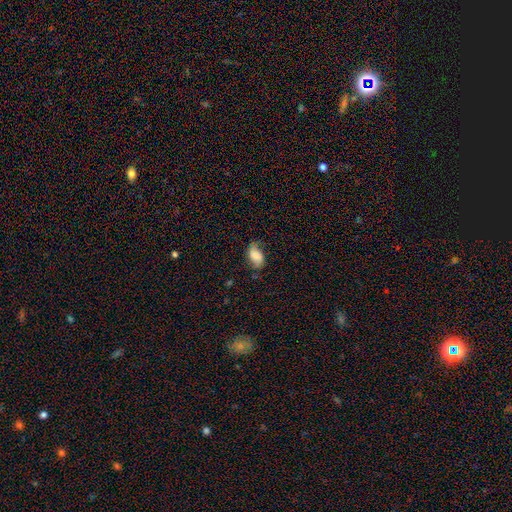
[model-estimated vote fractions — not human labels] Overall: smooth (56%; featured or disk 34%). How rounded: in between (89%). Merging: none (58%; minor disturbance 28%).